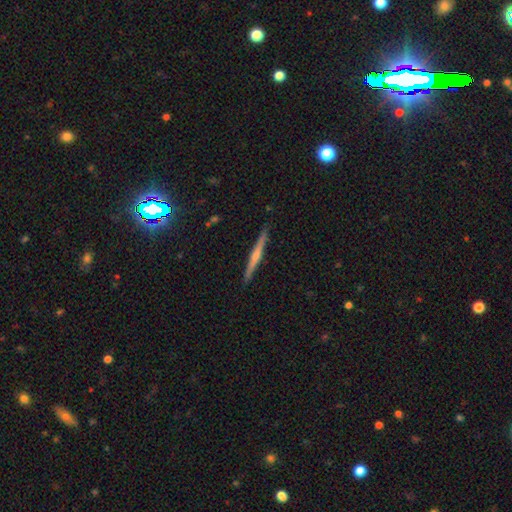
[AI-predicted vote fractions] Q: Smooth or featured?
A: featured or disk (64%); runner-up: smooth (22%)
Q: Edge-on disk?
A: yes (96%); runner-up: no (4%)
Q: Edge-on bulge?
A: rounded (74%); runner-up: none (19%)
Q: Merging?
A: none (90%); runner-up: minor disturbance (7%)